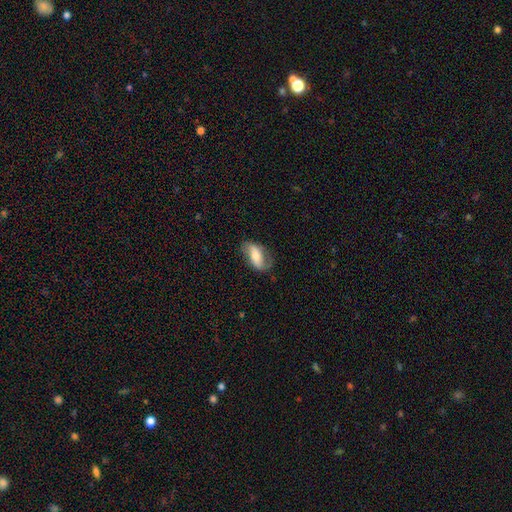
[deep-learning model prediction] Overall: featured or disk (50%; smooth 43%). Edge-on disk: no (91%). Merging: none (66%).